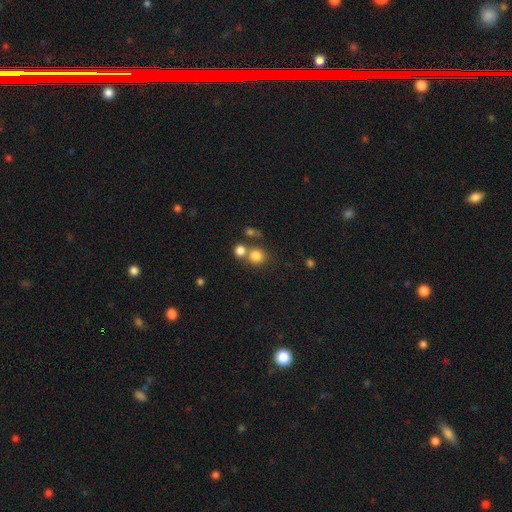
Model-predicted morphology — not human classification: smooth-or-featured: smooth: 80% | star or artifact: 13% | featured or disk: 7%
  how-rounded: round: 86% | in between: 13% | cigar-shaped: 1%
  merging: none: 58% | merger: 29% | minor disturbance: 8% | major disturbance: 4%